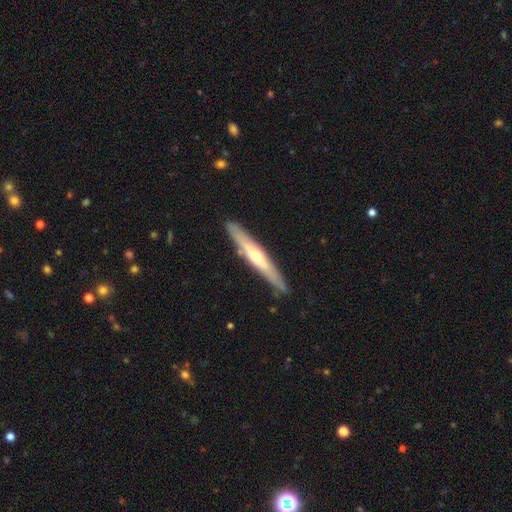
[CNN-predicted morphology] Overall: featured or disk (63%; smooth 31%). Edge-on disk: yes (94%). Edge-on bulge: rounded (81%). Merging: none (88%).